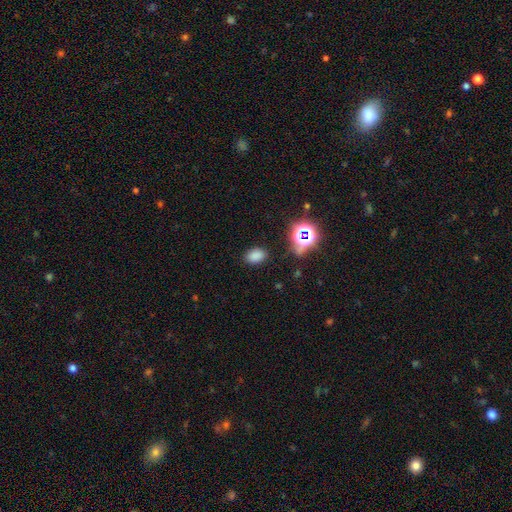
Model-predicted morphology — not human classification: The model was most divided on "smooth or featured": smooth: 75%, star or artifact: 20%, featured or disk: 5%. More confident: how rounded — in between (84%); merging — none (83%).